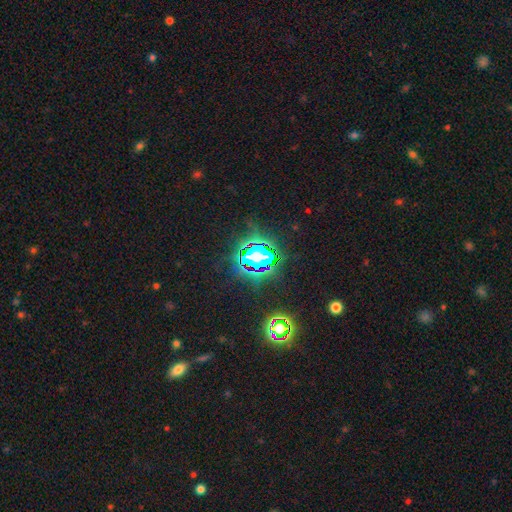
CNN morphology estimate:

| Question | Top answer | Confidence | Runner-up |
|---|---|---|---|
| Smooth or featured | star or artifact | 80% | smooth (12%) |